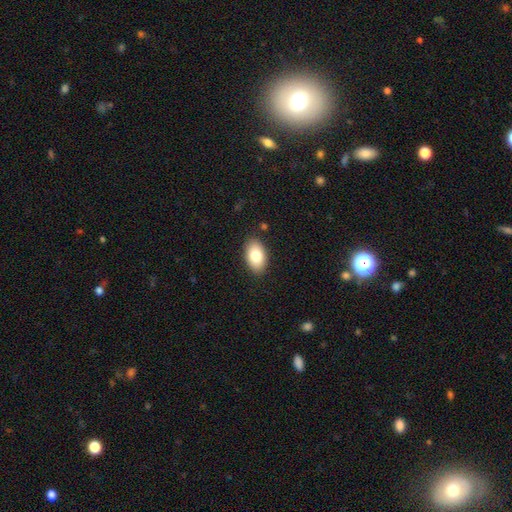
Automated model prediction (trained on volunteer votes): Smooth or featured: smooth — 80% (featured or disk — 13%)
How rounded: in between — 93% (round — 6%)
Merging: none — 87% (minor disturbance — 9%)